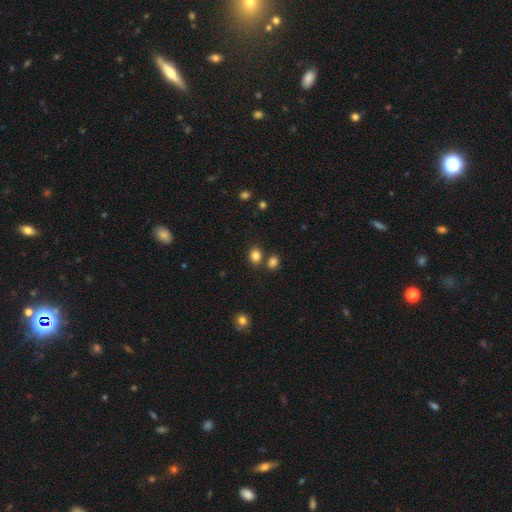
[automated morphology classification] Smooth or featured? smooth (83%)
How rounded? in between (52%)
Merging? none (71%)